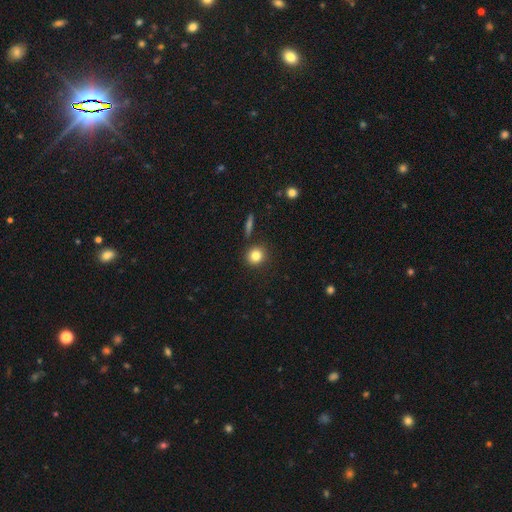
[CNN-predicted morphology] Overall: smooth (82%). How rounded: round (89%). Merging: none (87%).